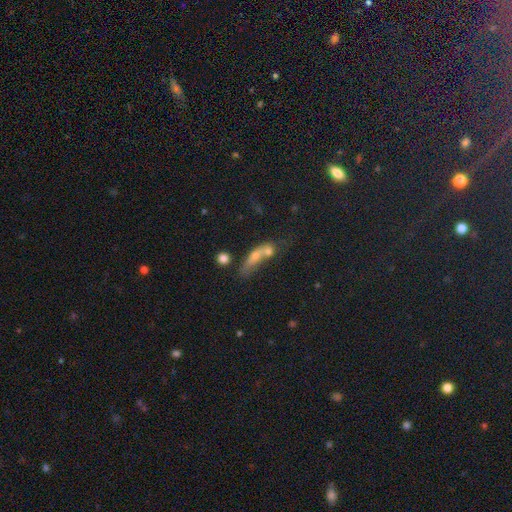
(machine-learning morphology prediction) smooth-or-featured: smooth: 55% | featured or disk: 28% | star or artifact: 18%
  how-rounded: cigar-shaped: 44% | in between: 41% | round: 15%
  merging: merger: 49% | none: 26% | major disturbance: 13% | minor disturbance: 12%